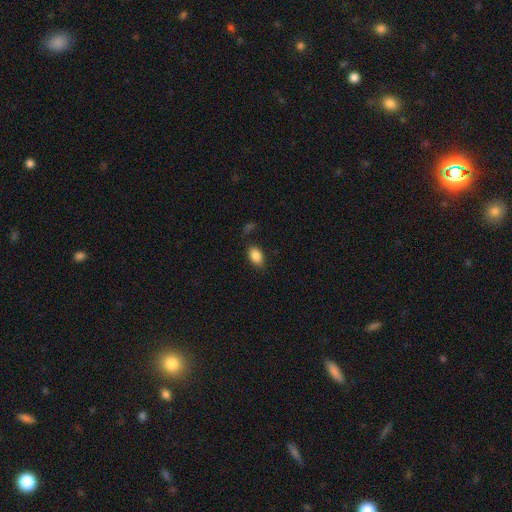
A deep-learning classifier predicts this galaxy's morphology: smooth 86%, star or artifact 8%, featured or disk 6%. Down the decision tree: how rounded — in between (89%); merging — none (82%).